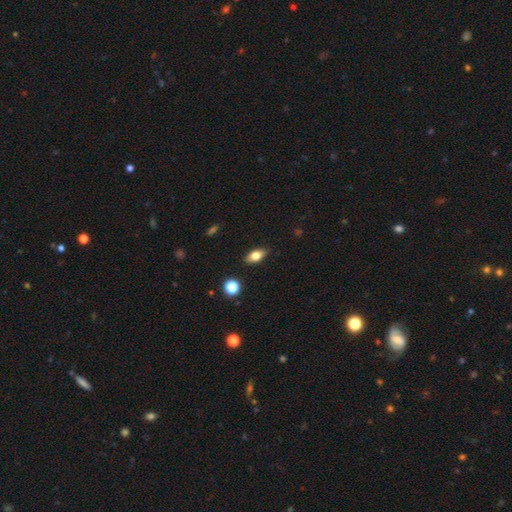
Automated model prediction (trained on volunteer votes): A smooth galaxy with no disk features (76%) that is in between round and cigar-shaped (85%). Merging: none (87%).